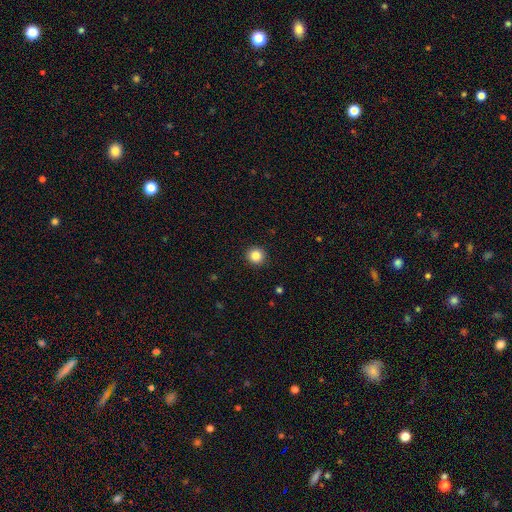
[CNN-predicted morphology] A smooth galaxy with no disk features (85%) that is round (94%).

Vote fractions:
- Smooth or featured? smooth: 85% / star or artifact: 11% / featured or disk: 5%
- How rounded? round: 94% / in between: 5% / cigar-shaped: 1%
- Merging? none: 93% / minor disturbance: 5% / major disturbance: 2% / merger: 1%